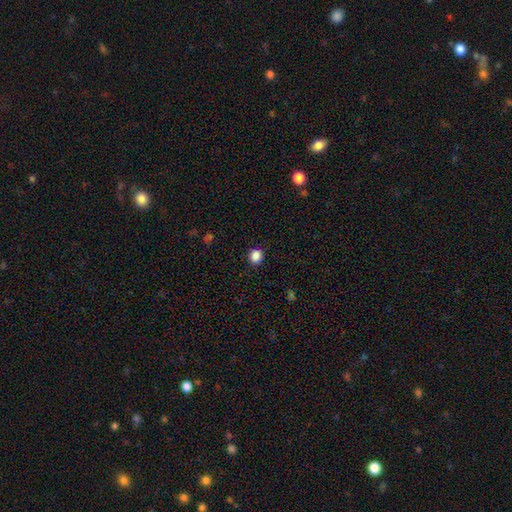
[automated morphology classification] Smooth or featured? Predicted: smooth (p=0.86). How rounded? Predicted: round (p=0.82). Merging? Predicted: none (p=0.91).